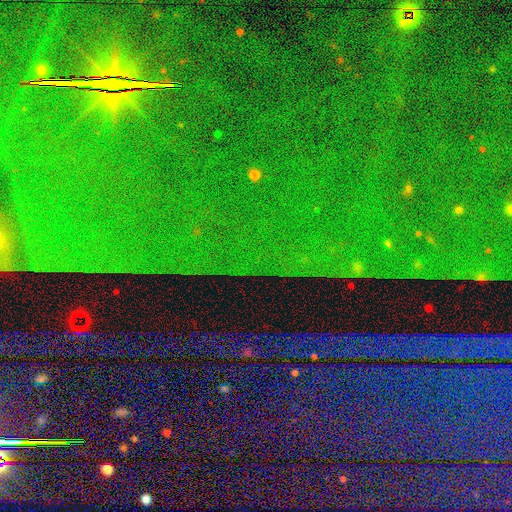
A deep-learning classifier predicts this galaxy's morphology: Smooth or featured? star or artifact (88%)